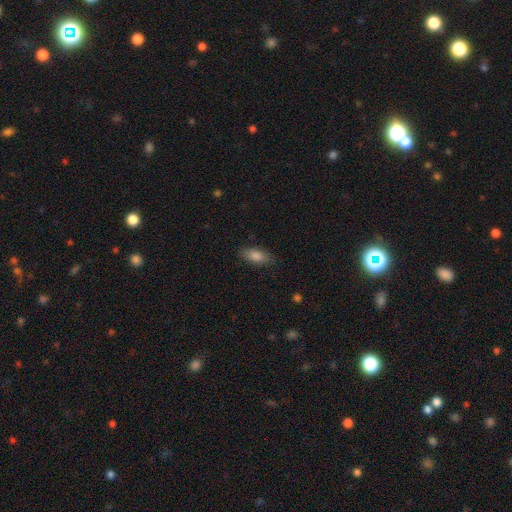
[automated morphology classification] smooth-or-featured: smooth: 83% | featured or disk: 9% | star or artifact: 7%
  how-rounded: in between: 85% | cigar-shaped: 12% | round: 3%
  merging: none: 83% | minor disturbance: 13% | major disturbance: 3% | merger: 1%